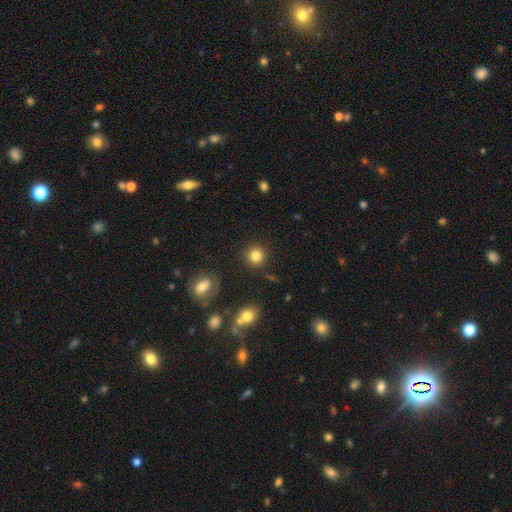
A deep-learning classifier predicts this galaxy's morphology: smooth-or-featured: smooth: 84% | star or artifact: 11% | featured or disk: 6%
  how-rounded: round: 92% | in between: 7% | cigar-shaped: 1%
  merging: none: 90% | minor disturbance: 6% | major disturbance: 2% | merger: 2%